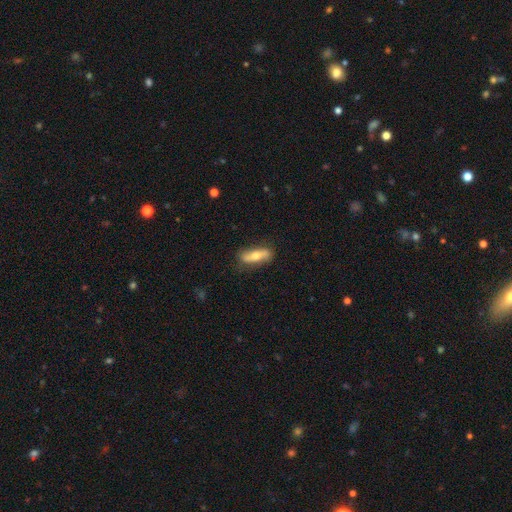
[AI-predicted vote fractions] smooth 50%, featured or disk 43%, star or artifact 6%. Down the decision tree: how rounded — cigar-shaped (51%); merging — none (80%).